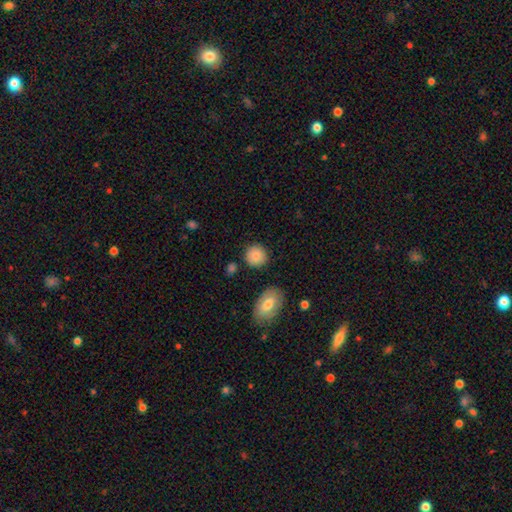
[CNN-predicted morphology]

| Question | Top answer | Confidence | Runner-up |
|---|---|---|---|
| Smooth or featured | smooth | 85% | star or artifact (8%) |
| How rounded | round | 86% | in between (13%) |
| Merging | none | 84% | minor disturbance (10%) |